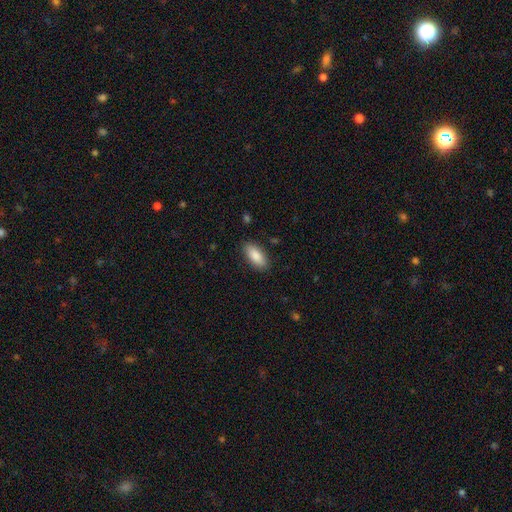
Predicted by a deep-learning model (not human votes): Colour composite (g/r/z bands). It shows a smooth galaxy with no disk features (87%) that is in between round and cigar-shaped (87%). Merging: none (87%).